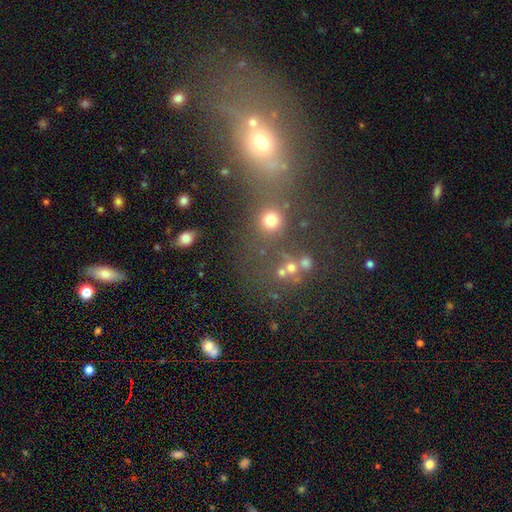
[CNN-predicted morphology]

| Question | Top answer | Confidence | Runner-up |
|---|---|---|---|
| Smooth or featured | smooth | 45% | star or artifact (39%) |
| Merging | merger | 41% | none (40%) |